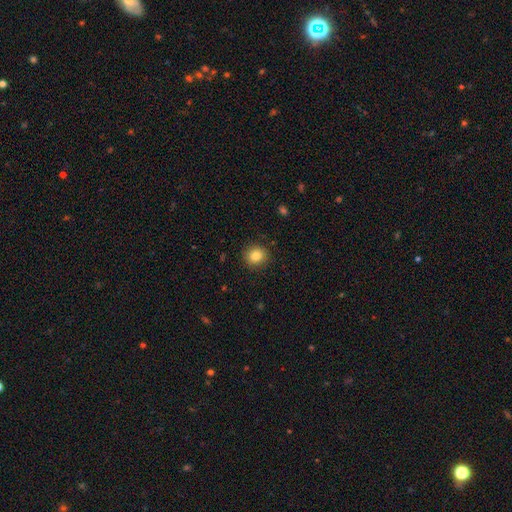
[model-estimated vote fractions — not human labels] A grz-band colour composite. It shows a smooth galaxy with no disk features (83%) that is round (87%). Merging: none (90%).